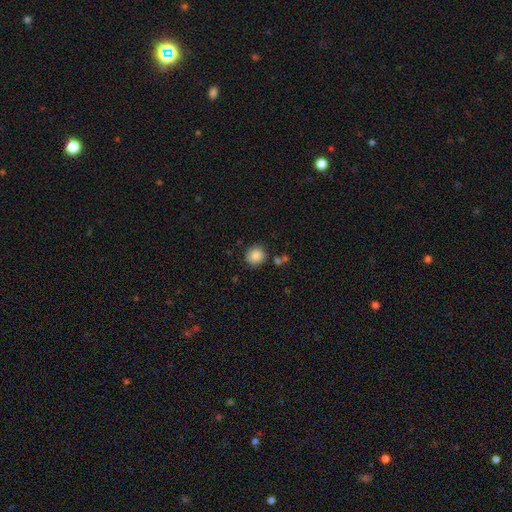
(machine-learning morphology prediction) The model was most divided on "merging": none: 84%, minor disturbance: 9%, merger: 4%, major disturbance: 3%. More confident: how rounded — round (90%); smooth or featured — smooth (87%).